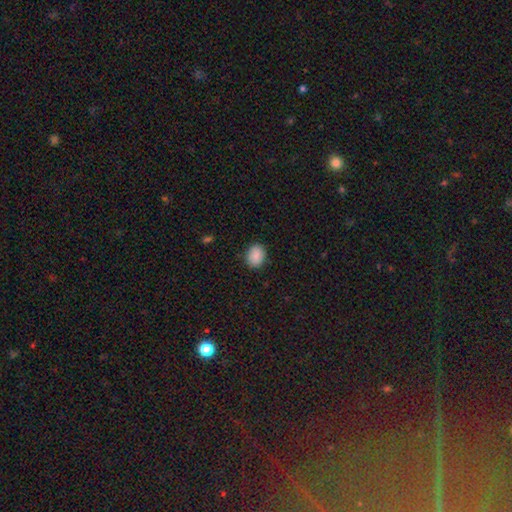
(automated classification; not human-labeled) The model was most divided on "how rounded": in between: 59%, round: 40%, cigar-shaped: 1%. More confident: smooth or featured — smooth (89%); merging — none (88%).